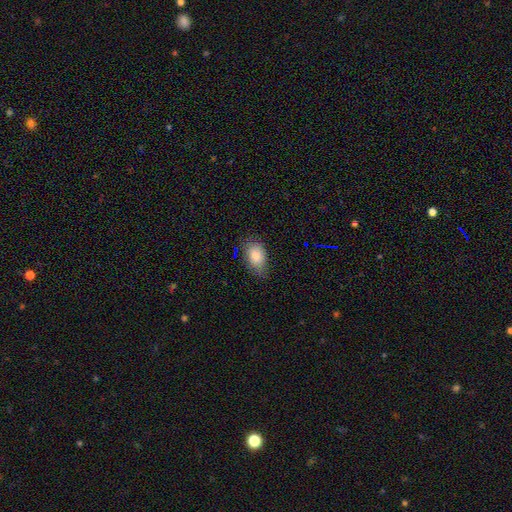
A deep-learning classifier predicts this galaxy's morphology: A smooth galaxy with no disk features (83%) that is in between round and cigar-shaped (88%). Merging: none (70%).